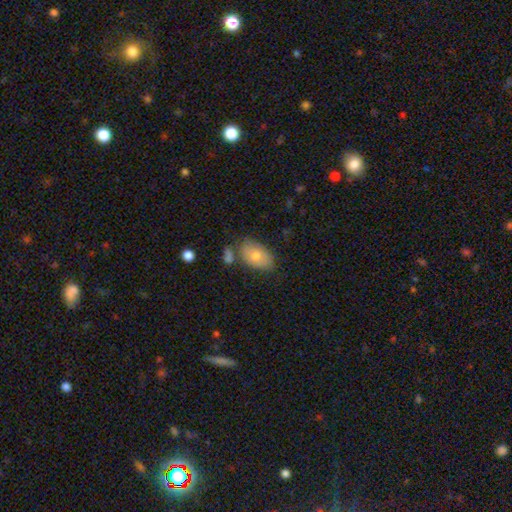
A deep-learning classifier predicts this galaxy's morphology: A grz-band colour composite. It shows a smooth galaxy with no disk features (73%) that is in between round and cigar-shaped (91%). Merging: none (65%).